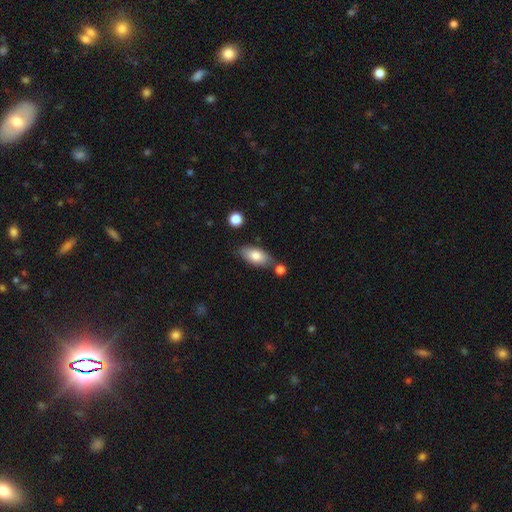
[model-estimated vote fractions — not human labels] smooth_or_featured: smooth (p=0.79) [alt: featured or disk p=0.15]
how_rounded: in between (p=0.88) [alt: cigar-shaped p=0.09]
merging: none (p=0.68) [alt: minor disturbance p=0.15]